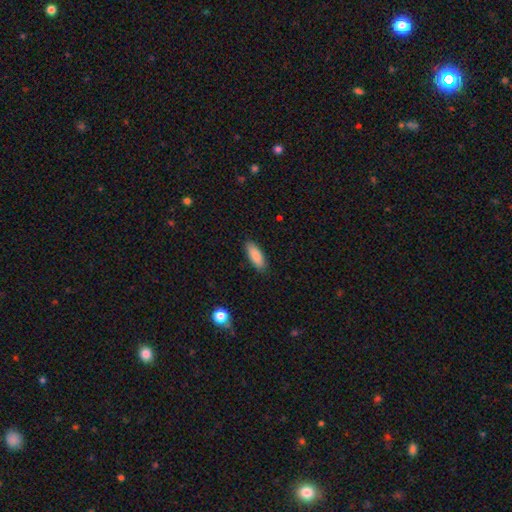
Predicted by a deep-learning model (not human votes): Smooth or featured? Predicted: smooth (p=0.87). How rounded? Predicted: in between (p=0.70). Merging? Predicted: none (p=0.87).